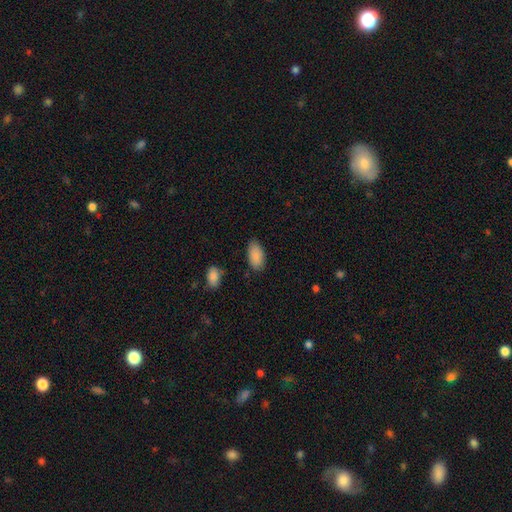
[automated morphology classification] A smooth galaxy with no disk features (89%) that is in between round and cigar-shaped (95%).

Vote fractions:
- Smooth or featured? smooth: 89% / star or artifact: 6% / featured or disk: 5%
- How rounded? in between: 95% / cigar-shaped: 3% / round: 2%
- Merging? none: 83% / minor disturbance: 13% / major disturbance: 3% / merger: 2%